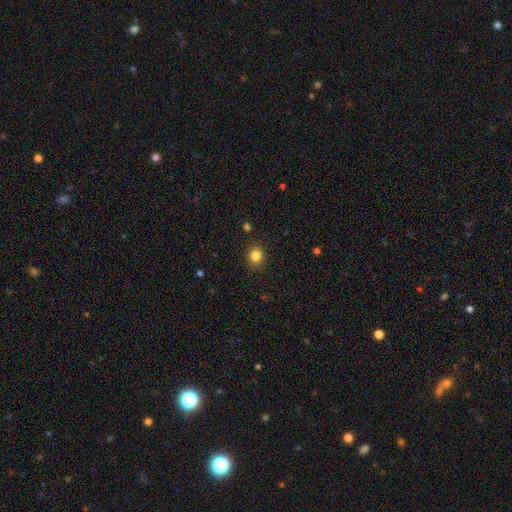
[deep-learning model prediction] A smooth galaxy with no disk features (83%) that is round (76%). Merging: none (90%).